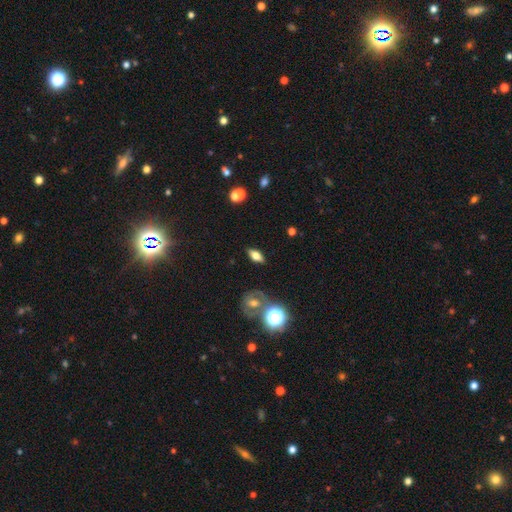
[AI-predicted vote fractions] Overall: smooth (56%; featured or disk 33%). How rounded: in between (77%). Merging: none (84%).